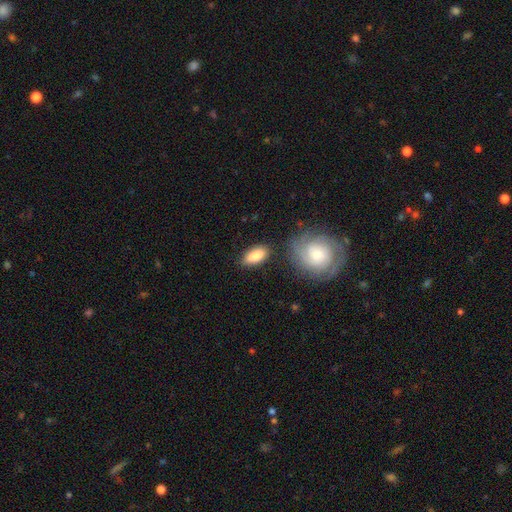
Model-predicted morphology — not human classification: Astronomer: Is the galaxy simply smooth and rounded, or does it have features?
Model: smooth — 85%.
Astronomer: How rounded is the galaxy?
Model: in between — 89%.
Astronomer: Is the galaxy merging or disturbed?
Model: none — 77%.